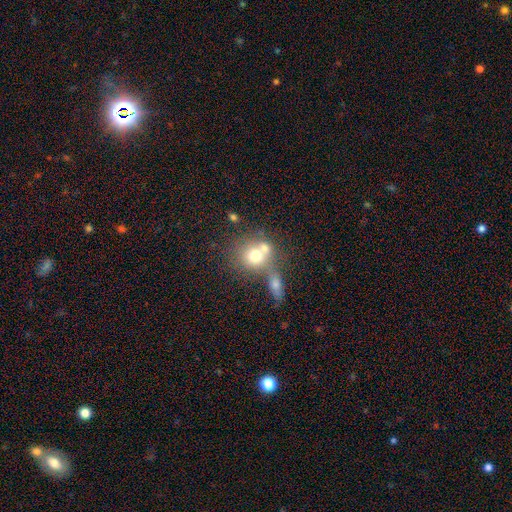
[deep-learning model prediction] A smooth galaxy with no disk features (68%) that is round (77%). Merging: merger (52%).